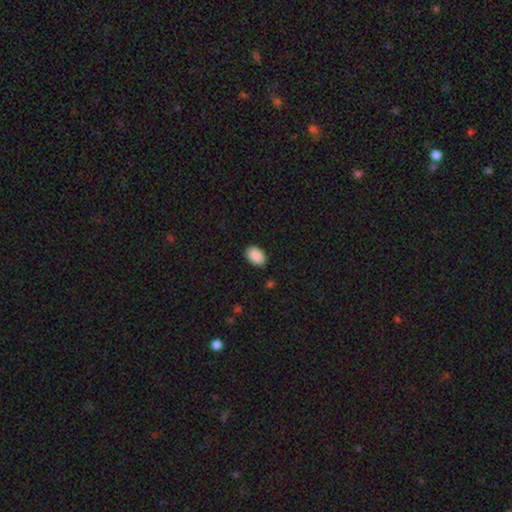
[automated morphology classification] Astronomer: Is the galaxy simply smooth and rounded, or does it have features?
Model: smooth — 91%.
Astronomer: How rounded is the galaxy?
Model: in between — 89%.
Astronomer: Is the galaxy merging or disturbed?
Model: none — 90%.